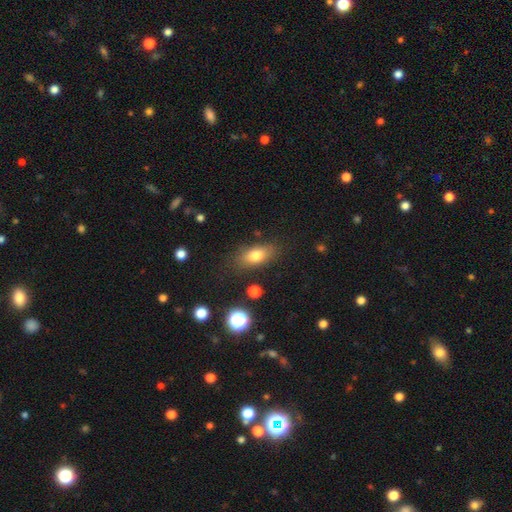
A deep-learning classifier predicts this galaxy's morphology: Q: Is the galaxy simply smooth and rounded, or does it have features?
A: smooth — 77%.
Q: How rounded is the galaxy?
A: in between — 82%.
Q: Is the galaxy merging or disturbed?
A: none — 80%.